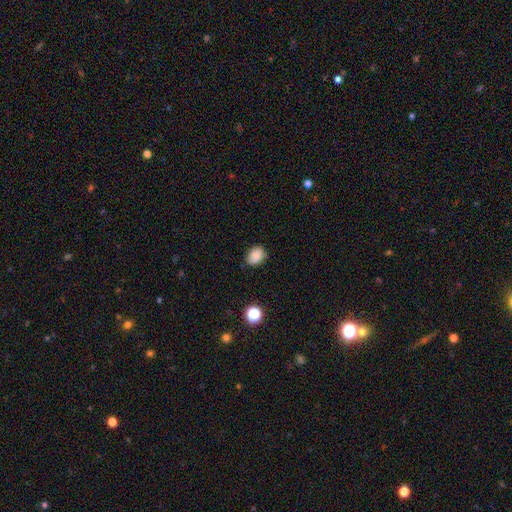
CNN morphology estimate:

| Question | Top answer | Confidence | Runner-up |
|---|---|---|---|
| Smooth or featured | smooth | 86% | star or artifact (10%) |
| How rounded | in between | 66% | round (33%) |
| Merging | none | 78% | minor disturbance (17%) |